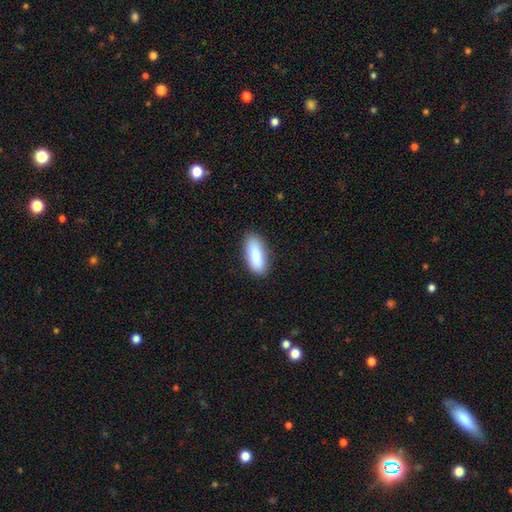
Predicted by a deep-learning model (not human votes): This appears to be a smooth galaxy with no disk features (87%) that is in between round and cigar-shaped (73%). Merging: none (84%).